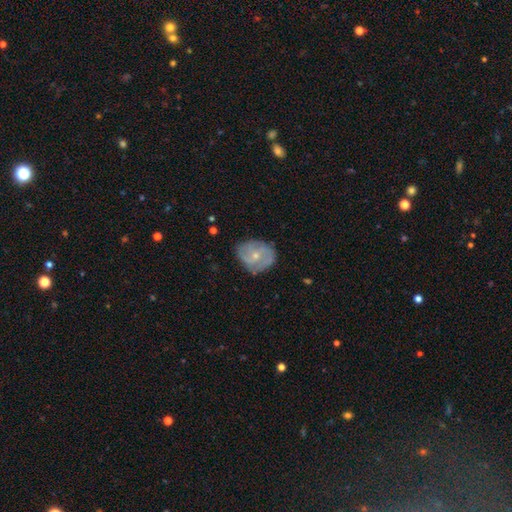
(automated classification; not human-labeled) The model was most divided on "spiral winding" (2-way tie): medium: 41%, tight: 41%, loose: 18%. Remaining: edge-on disk — no (97%); spiral arms — yes (81%); bar — no (68%); merging — none (67%); smooth or featured — featured or disk (65%); bulge size — small (64%); spiral arm count — 2 (35%).